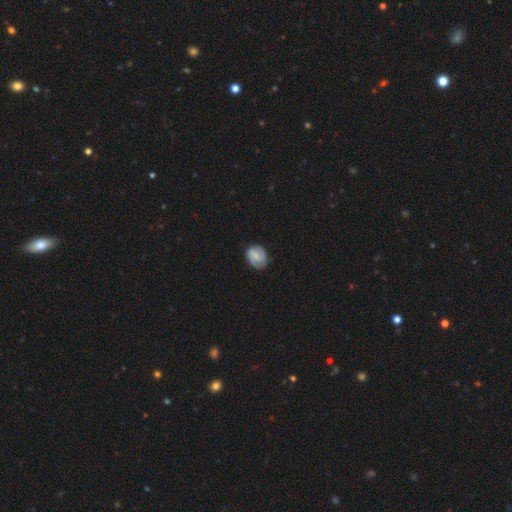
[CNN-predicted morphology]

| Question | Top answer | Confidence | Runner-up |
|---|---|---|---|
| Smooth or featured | featured or disk | 58% | smooth (35%) |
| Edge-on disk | no | 97% | yes (3%) |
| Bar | weak | 49% | no (34%) |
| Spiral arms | yes | 89% | no (11%) |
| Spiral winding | tight | 43% | medium (42%) |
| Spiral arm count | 2 | 77% | can't tell (12%) |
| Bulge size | small | 52% | moderate (29%) |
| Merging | none | 78% | minor disturbance (16%) |